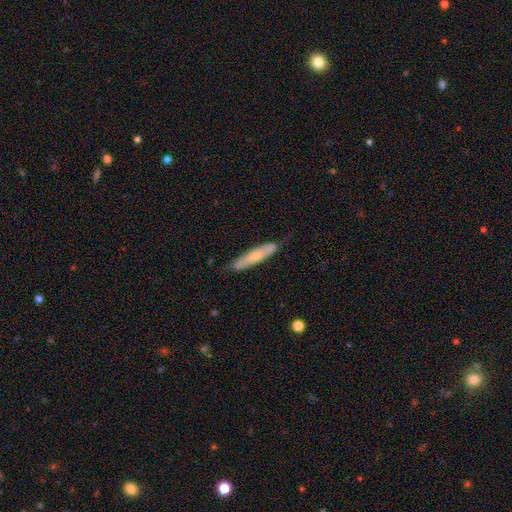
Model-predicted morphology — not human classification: smooth_or_featured: smooth (p=0.55) [alt: featured or disk p=0.39]
how_rounded: cigar-shaped (p=0.85) [alt: in between p=0.14]
merging: none (p=0.74) [alt: minor disturbance p=0.21]